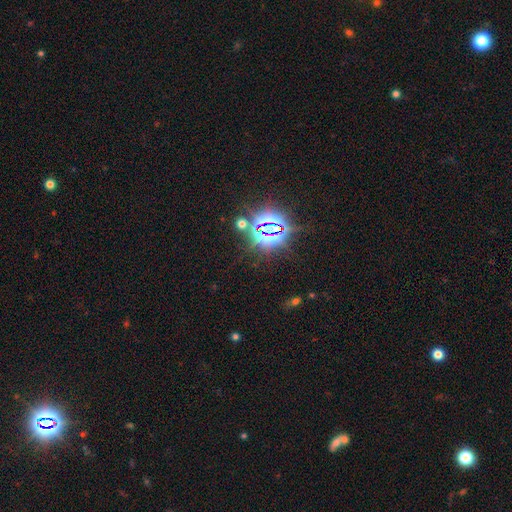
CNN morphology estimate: Q: Smooth or featured?
A: star or artifact (85%); runner-up: smooth (10%)